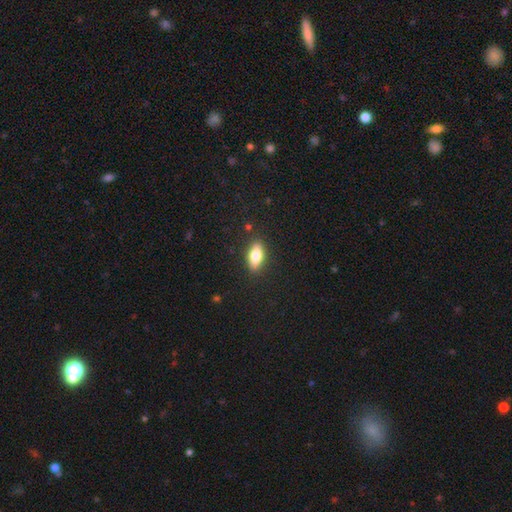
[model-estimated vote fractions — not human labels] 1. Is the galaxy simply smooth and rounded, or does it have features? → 75% smooth, 18% featured or disk, 7% star or artifact.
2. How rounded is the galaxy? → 82% in between, 14% cigar-shaped, 4% round.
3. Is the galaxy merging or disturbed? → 87% none, 10% minor disturbance, 2% major disturbance, 1% merger.